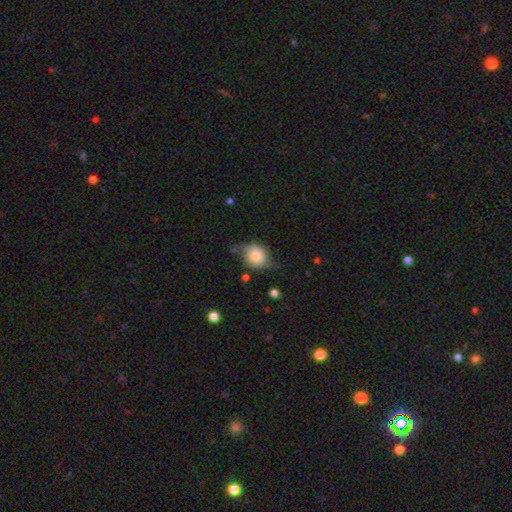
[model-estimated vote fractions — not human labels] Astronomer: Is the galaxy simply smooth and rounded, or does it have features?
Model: smooth — 66%.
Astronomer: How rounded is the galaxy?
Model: round — 64%.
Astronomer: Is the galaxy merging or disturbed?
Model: none — 53% (runner-up: minor disturbance, 33%).